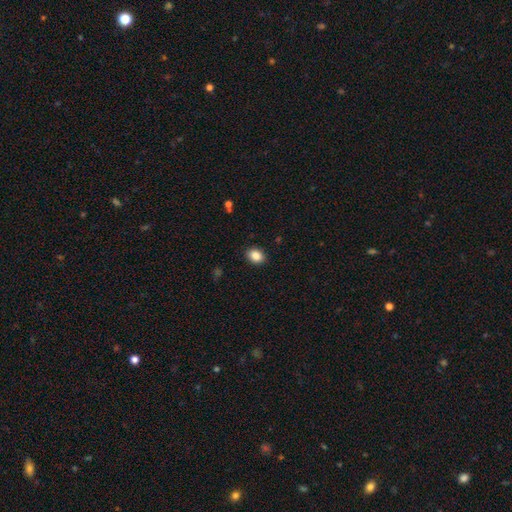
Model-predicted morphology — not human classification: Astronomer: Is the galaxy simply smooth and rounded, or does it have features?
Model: smooth — 86%.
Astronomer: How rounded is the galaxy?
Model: in between — 70%.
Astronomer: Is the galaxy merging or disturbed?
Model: none — 89%.